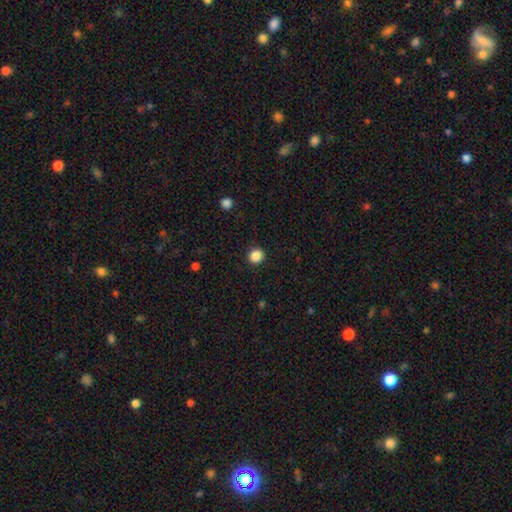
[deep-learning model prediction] Smooth or featured? smooth (87%)
How rounded? round (90%)
Merging? none (92%)